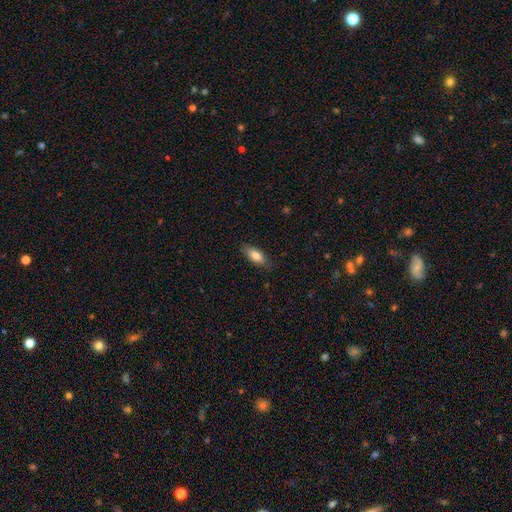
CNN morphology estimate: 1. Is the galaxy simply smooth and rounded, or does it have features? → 79% smooth, 15% featured or disk, 6% star or artifact.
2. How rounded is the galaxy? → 73% in between, 24% cigar-shaped, 2% round.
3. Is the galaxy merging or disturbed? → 83% none, 13% minor disturbance, 3% major disturbance, 1% merger.